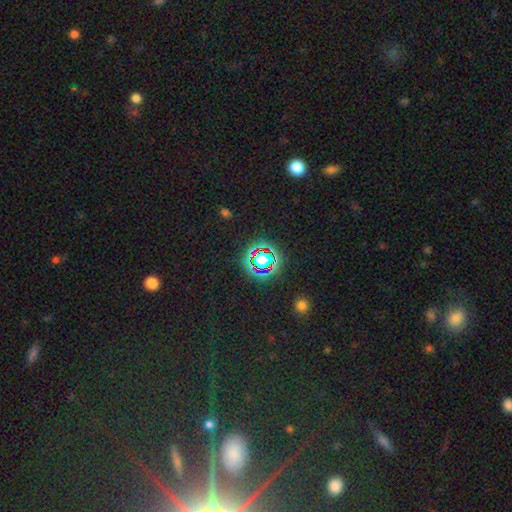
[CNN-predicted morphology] The model was most divided on "smooth or featured": star or artifact: 71%, smooth: 19%, featured or disk: 10%.